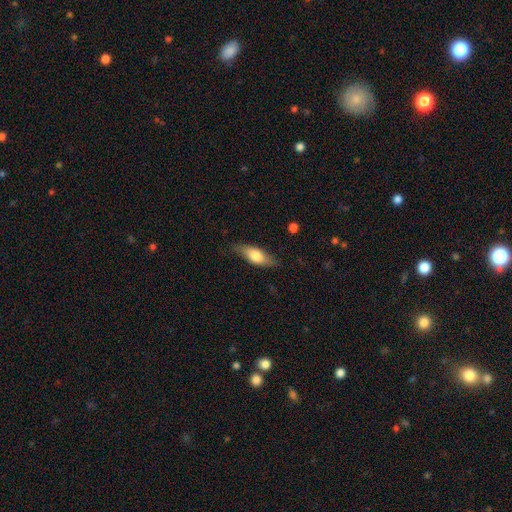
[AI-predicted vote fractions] This is likely a smooth galaxy (67%). How rounded: likely in between (68%). Merging: likely none (75%).